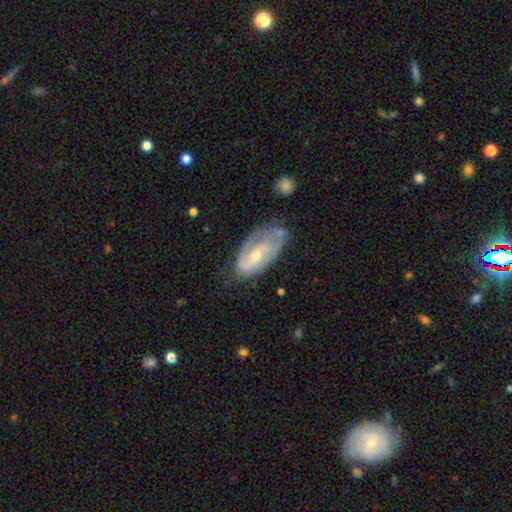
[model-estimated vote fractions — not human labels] Smooth or featured: featured or disk — 73% (smooth — 21%)
Edge-on disk: no — 94% (yes — 6%)
Bar: no — 50% (weak — 39%)
Spiral arms: yes — 86% (no — 14%)
Spiral winding: tight — 45% (medium — 39%)
Spiral arm count: 2 — 55% (can't tell — 25%)
Bulge size: small — 53% (moderate — 42%)
Merging: none — 53% (minor disturbance — 30%)